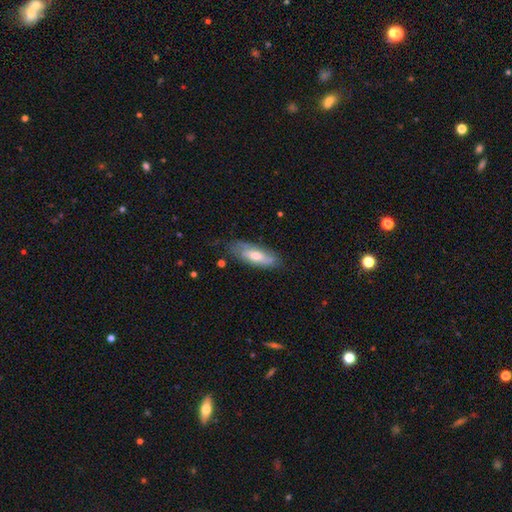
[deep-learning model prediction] A featured or disk galaxy (52%).

Vote fractions:
- Smooth or featured? featured or disk: 52% / smooth: 42% / star or artifact: 7%
- Edge-on disk? no: 71% / yes: 29%
- Merging? none: 74% / minor disturbance: 20% / major disturbance: 5% / merger: 2%